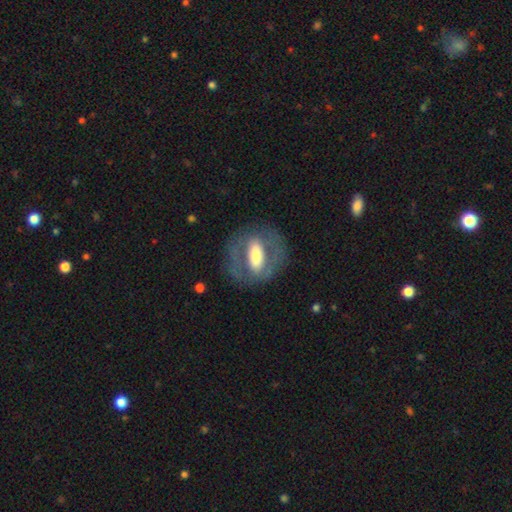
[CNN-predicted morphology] type=featured or disk (61%); edge-on=no (85%); bar=strong (53%); spiral arms=no (70%); bulge=moderate (47%); merging=none (72%).